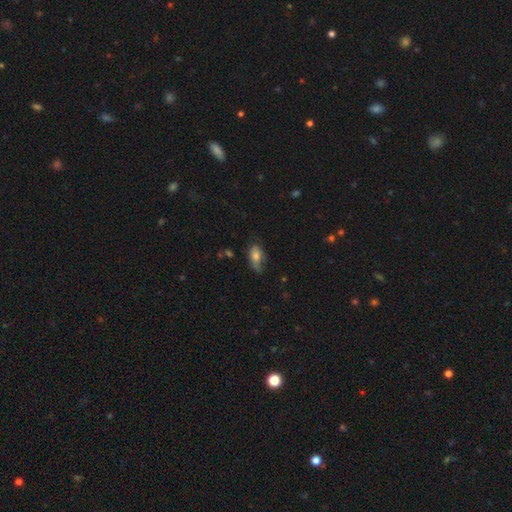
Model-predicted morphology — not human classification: Q: Smooth or featured?
A: smooth (70%); runner-up: featured or disk (21%)
Q: How rounded?
A: in between (89%); runner-up: round (6%)
Q: Merging?
A: none (46%); runner-up: minor disturbance (37%)